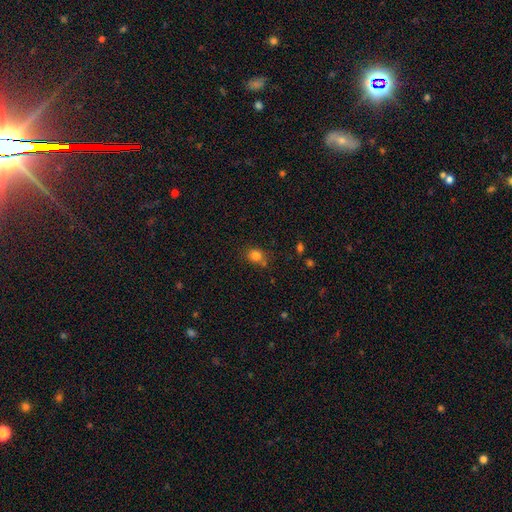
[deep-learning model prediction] A smooth galaxy with no disk features (82%) that is round (58%).

Vote fractions:
- Smooth or featured? smooth: 82% / star or artifact: 12% / featured or disk: 6%
- How rounded? round: 58% / in between: 41% / cigar-shaped: 1%
- Merging? none: 67% / minor disturbance: 19% / merger: 9% / major disturbance: 5%